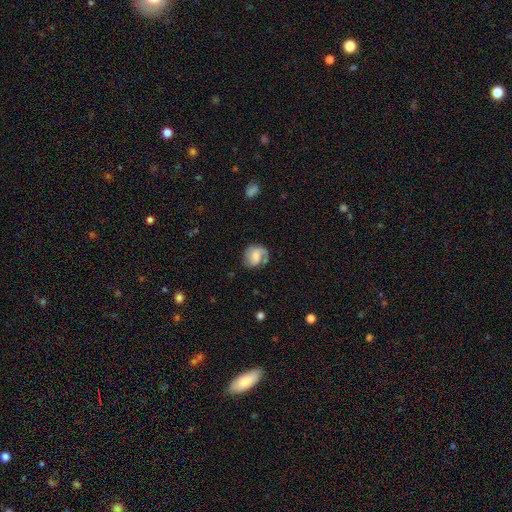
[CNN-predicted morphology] A featured or disk galaxy (50%). Merging: none (55%).